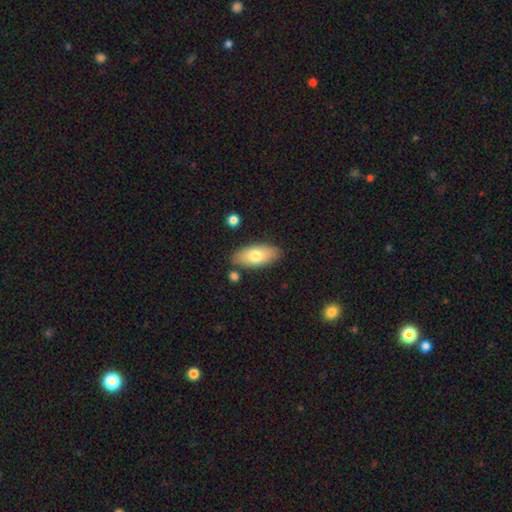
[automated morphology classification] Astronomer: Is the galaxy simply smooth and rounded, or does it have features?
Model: smooth — 73%.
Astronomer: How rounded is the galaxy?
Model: in between — 89%.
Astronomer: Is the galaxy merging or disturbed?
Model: none — 82%.